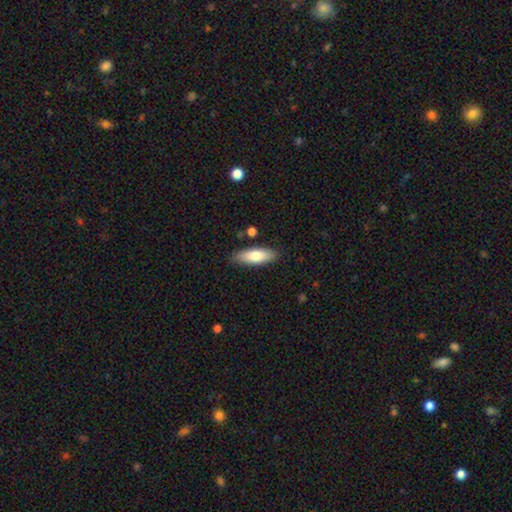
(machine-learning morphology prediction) type=smooth (77%); roundness=in between (64%); merging=none (85%).